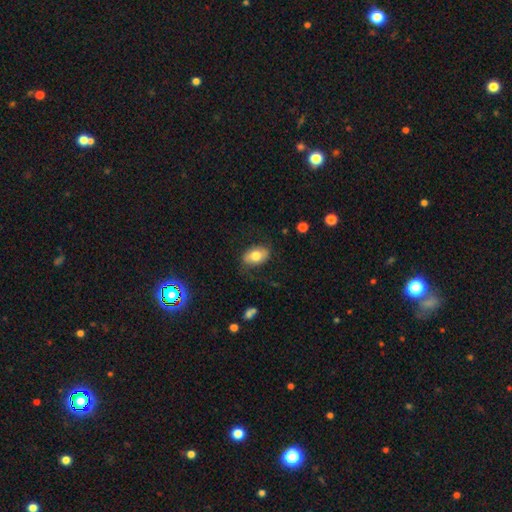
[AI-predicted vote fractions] smooth-or-featured: smooth: 71% | featured or disk: 22% | star or artifact: 7%
  how-rounded: in between: 87% | round: 11% | cigar-shaped: 2%
  merging: none: 75% | minor disturbance: 18% | major disturbance: 6% | merger: 2%